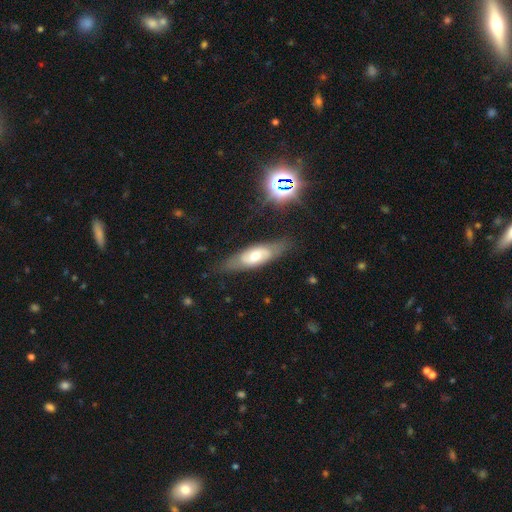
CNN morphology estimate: This appears to be a featured or disk galaxy (50%). Merging: none (76%).